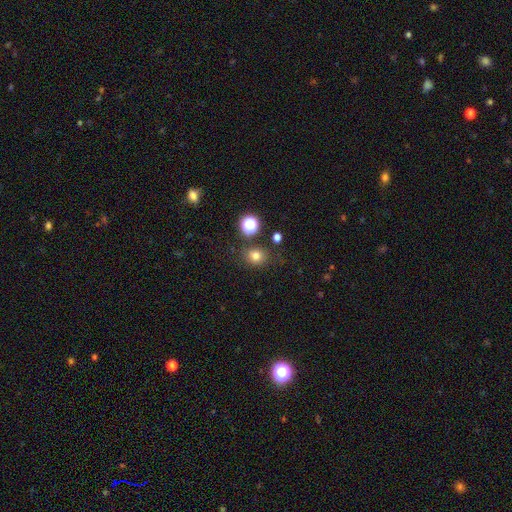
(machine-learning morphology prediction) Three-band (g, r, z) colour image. It shows a smooth galaxy with no disk features (75%) that is round (67%). Merging: none (76%).